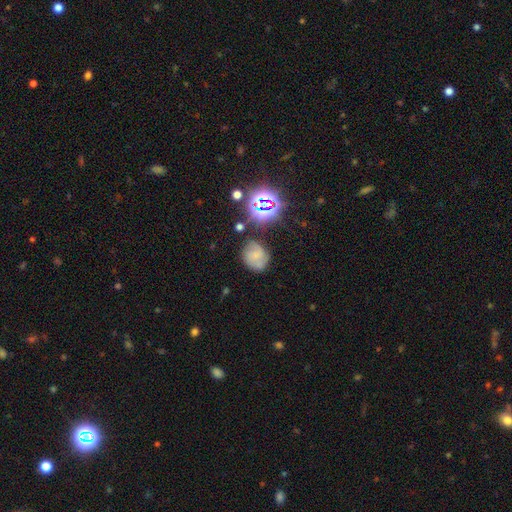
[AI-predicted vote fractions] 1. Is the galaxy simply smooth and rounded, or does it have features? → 47% smooth, 35% featured or disk, 18% star or artifact.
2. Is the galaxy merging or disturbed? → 64% none, 21% minor disturbance, 8% major disturbance, 6% merger.